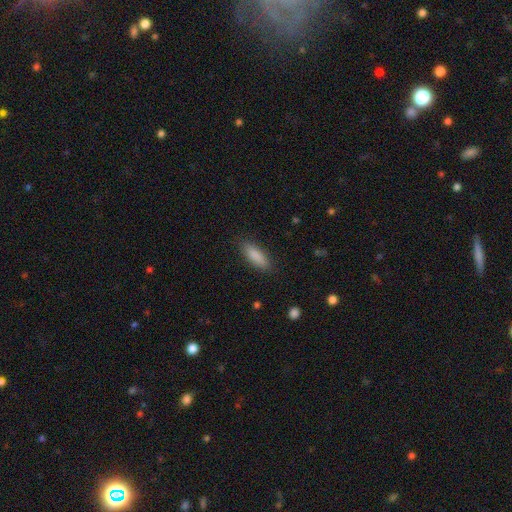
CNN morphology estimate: Smooth or featured: smooth — 87% (star or artifact — 6%)
How rounded: in between — 61% (cigar-shaped — 37%)
Merging: none — 86% (minor disturbance — 10%)